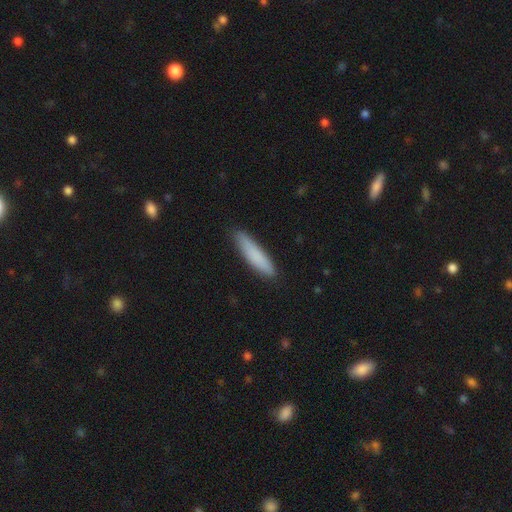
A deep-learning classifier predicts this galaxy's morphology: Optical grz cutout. It shows a smooth galaxy with no disk features (84%) that is cigar-shaped (83%). Merging: none (86%).